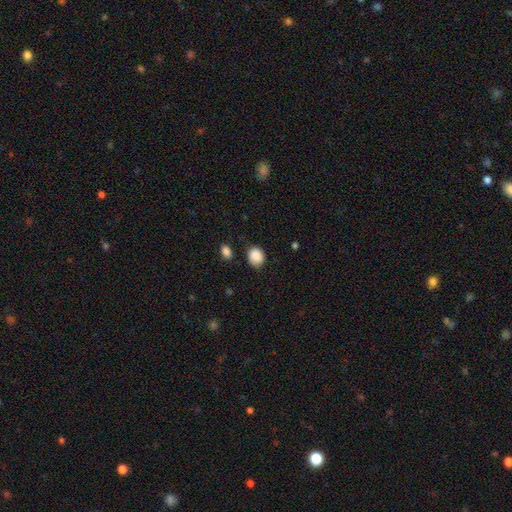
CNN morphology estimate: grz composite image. It shows a smooth galaxy with no disk features (89%) that is round (55%). Merging: none (78%).